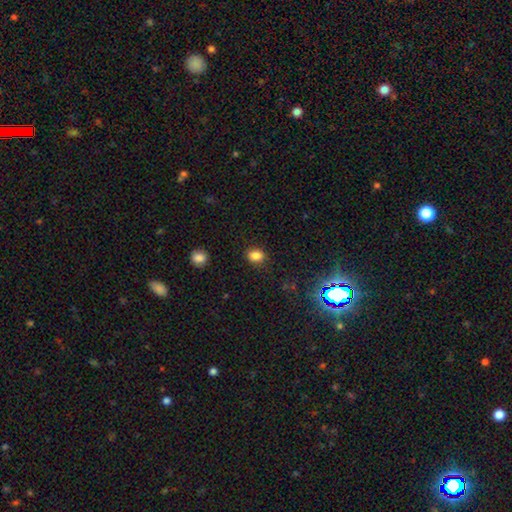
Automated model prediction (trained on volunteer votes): A smooth galaxy with no disk features (83%) that is in between round and cigar-shaped (58%).

Vote fractions:
- Smooth or featured? smooth: 83% / star or artifact: 13% / featured or disk: 4%
- How rounded? in between: 58% / round: 41% / cigar-shaped: 1%
- Merging? none: 86% / minor disturbance: 9% / major disturbance: 3% / merger: 1%